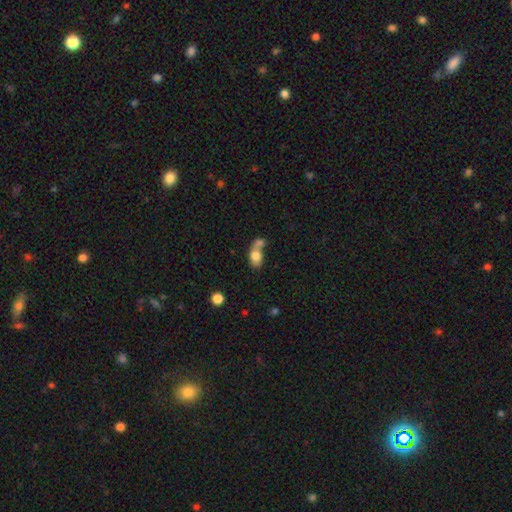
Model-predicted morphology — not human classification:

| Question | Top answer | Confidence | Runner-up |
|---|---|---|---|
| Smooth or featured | smooth | 76% | featured or disk (16%) |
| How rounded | in between | 75% | round (22%) |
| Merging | merger | 61% | none (21%) |